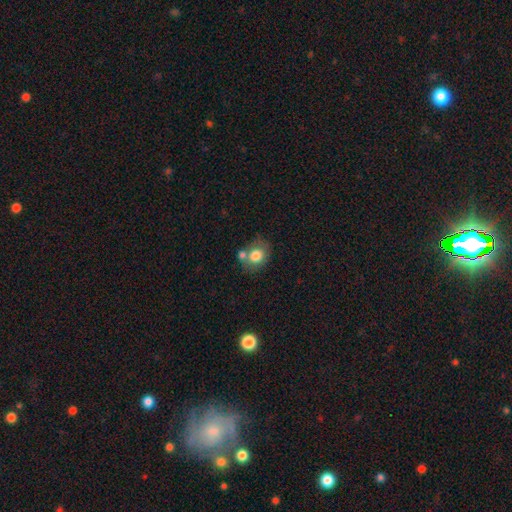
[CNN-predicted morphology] This appears to be a smooth galaxy with no disk features (77%) that is round (58%). Merging: none (52%).